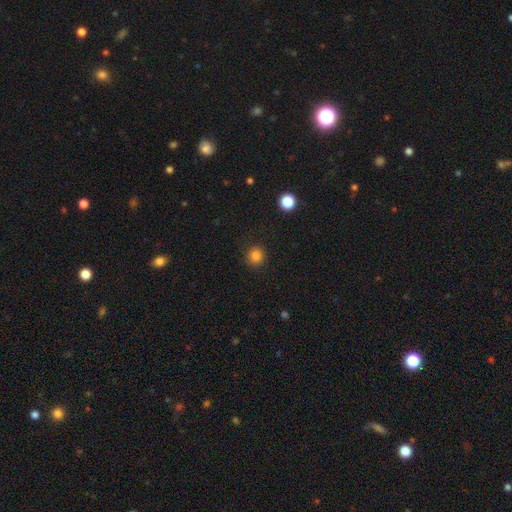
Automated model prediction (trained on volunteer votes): This appears to be a smooth galaxy with no disk features (83%) that is round (92%). Merging: none (90%).